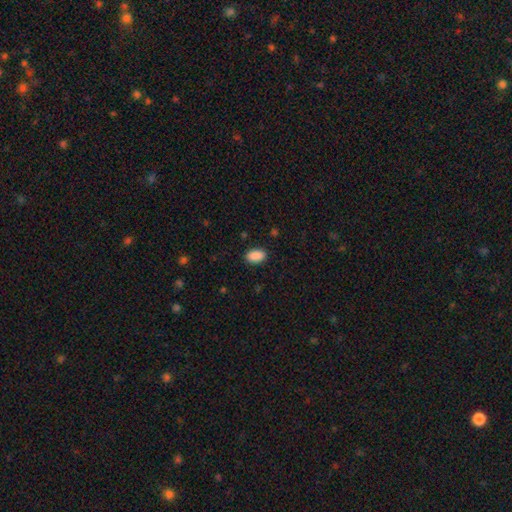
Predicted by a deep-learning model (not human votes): This appears to be a smooth galaxy with no disk features (90%) that is in between round and cigar-shaped (92%). Merging: none (88%).